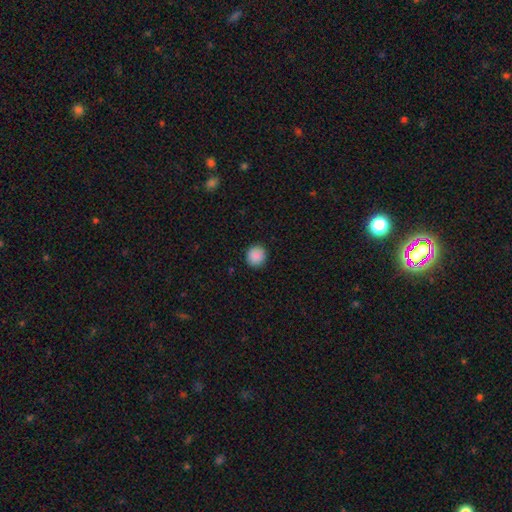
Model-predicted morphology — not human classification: The model was most divided on "smooth or featured": smooth: 89%, star or artifact: 8%, featured or disk: 3%. More confident: merging — none (92%); how rounded — round (91%).